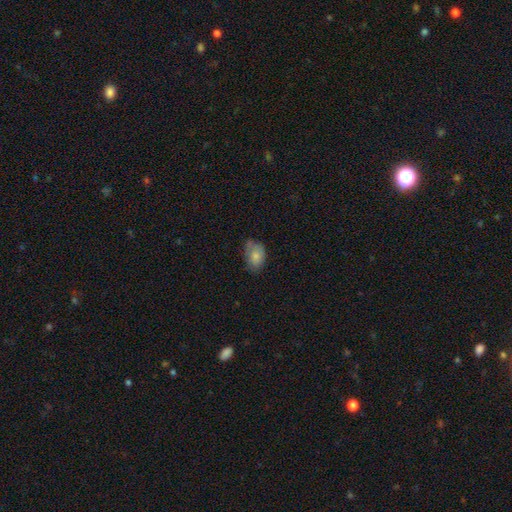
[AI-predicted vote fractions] Smooth or featured: smooth — 77% (featured or disk — 15%)
How rounded: in between — 84% (round — 15%)
Merging: none — 55% (minor disturbance — 33%)